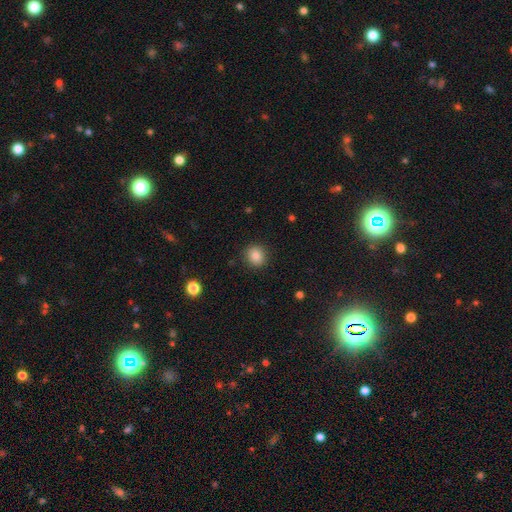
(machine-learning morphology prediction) Q: Smooth or featured?
A: smooth (84%); runner-up: star or artifact (10%)
Q: How rounded?
A: round (83%); runner-up: in between (16%)
Q: Merging?
A: none (90%); runner-up: minor disturbance (7%)